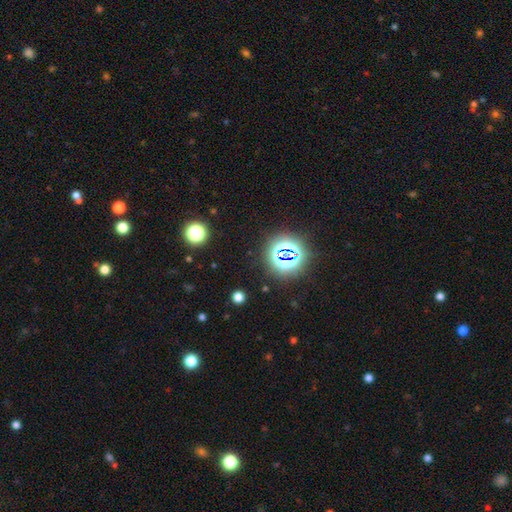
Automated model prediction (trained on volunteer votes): Smooth or featured: star or artifact — 78% (smooth — 15%)